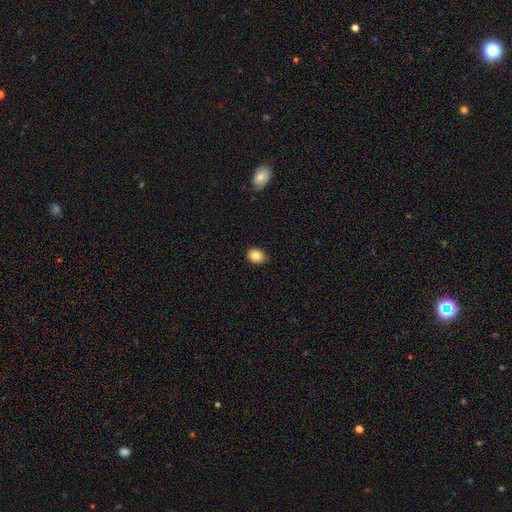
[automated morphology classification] smooth_or_featured: smooth (p=0.84) [alt: star or artifact p=0.10]
how_rounded: in between (p=0.52) [alt: round p=0.47]
merging: none (p=0.87) [alt: minor disturbance p=0.10]